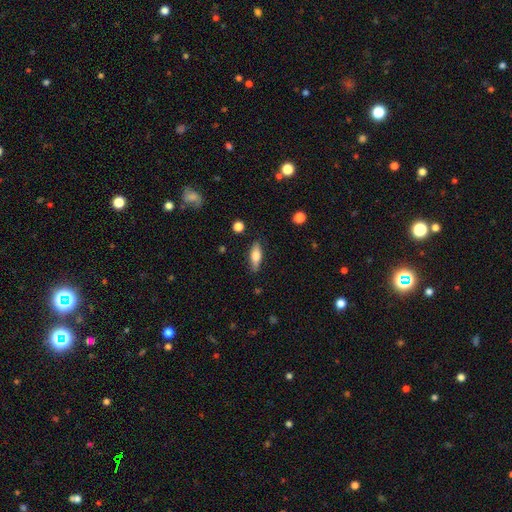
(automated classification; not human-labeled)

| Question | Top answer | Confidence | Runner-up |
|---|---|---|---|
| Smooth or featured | smooth | 66% | featured or disk (27%) |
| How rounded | in between | 62% | cigar-shaped (35%) |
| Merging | none | 84% | minor disturbance (12%) |